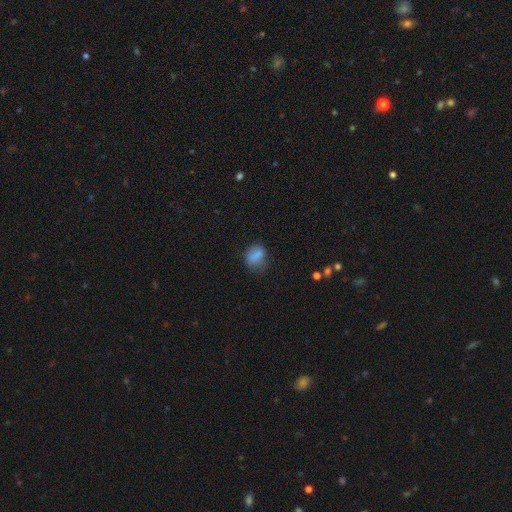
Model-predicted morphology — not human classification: This is likely a smooth galaxy (77%). How rounded: possibly in between (58%). Merging: likely none (63%).